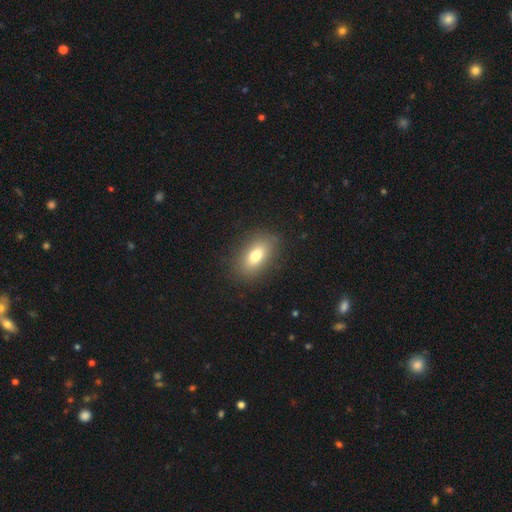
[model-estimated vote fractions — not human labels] Overall: smooth (75%). How rounded: in between (85%). Merging: none (86%).